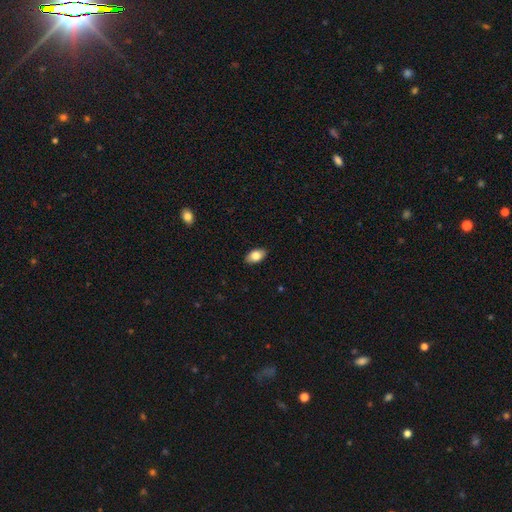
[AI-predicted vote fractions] The model was most divided on "smooth or featured": smooth: 82%, featured or disk: 11%, star or artifact: 7%. More confident: how rounded — in between (92%); merging — none (88%).